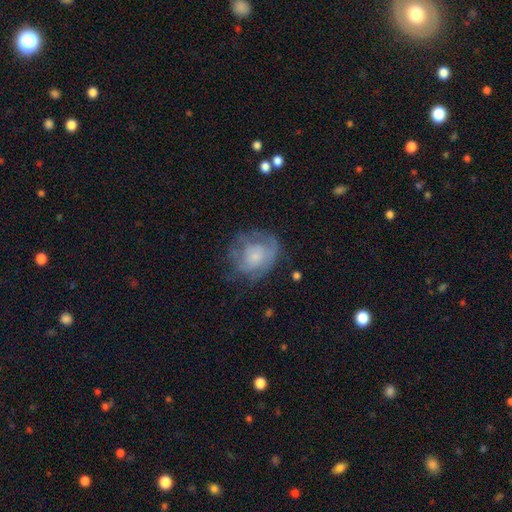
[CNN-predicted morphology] A featured or disk galaxy (50%).

Vote fractions:
- Smooth or featured? featured or disk: 50% / smooth: 41% / star or artifact: 9%
- Merging? none: 56% / minor disturbance: 24% / major disturbance: 19% / merger: 2%